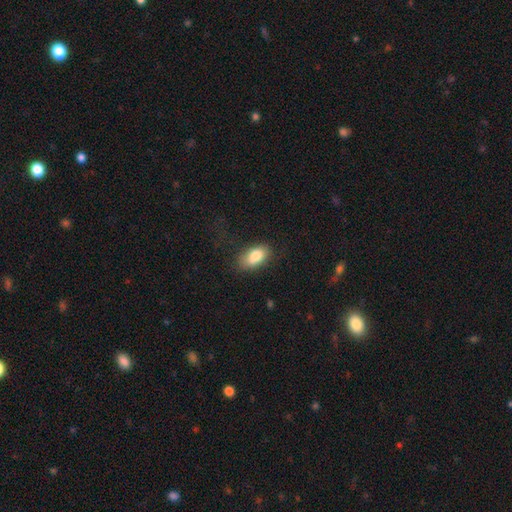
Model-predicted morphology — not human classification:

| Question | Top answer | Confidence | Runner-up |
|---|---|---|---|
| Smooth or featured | smooth | 82% | featured or disk (11%) |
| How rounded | in between | 91% | round (5%) |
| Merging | none | 68% | minor disturbance (21%) |